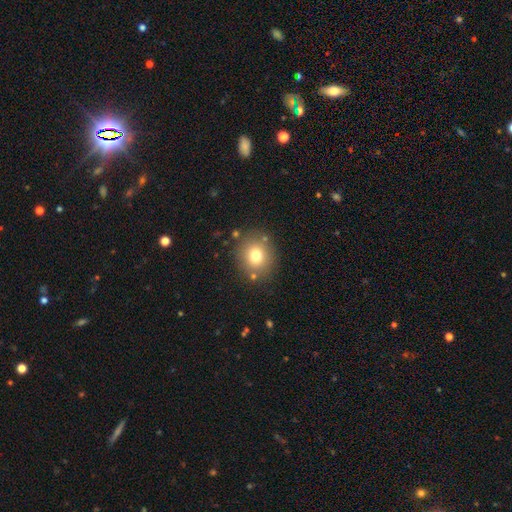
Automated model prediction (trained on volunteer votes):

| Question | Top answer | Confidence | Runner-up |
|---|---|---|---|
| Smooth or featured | smooth | 76% | star or artifact (12%) |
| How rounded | round | 80% | in between (19%) |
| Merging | none | 83% | minor disturbance (9%) |